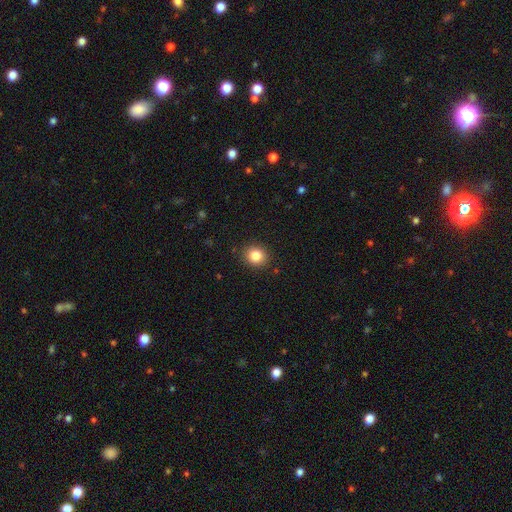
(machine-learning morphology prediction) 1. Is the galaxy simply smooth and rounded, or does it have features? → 83% smooth, 11% star or artifact, 6% featured or disk.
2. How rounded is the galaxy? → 80% round, 19% in between, 1% cigar-shaped.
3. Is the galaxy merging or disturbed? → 90% none, 7% minor disturbance, 2% major disturbance, 1% merger.